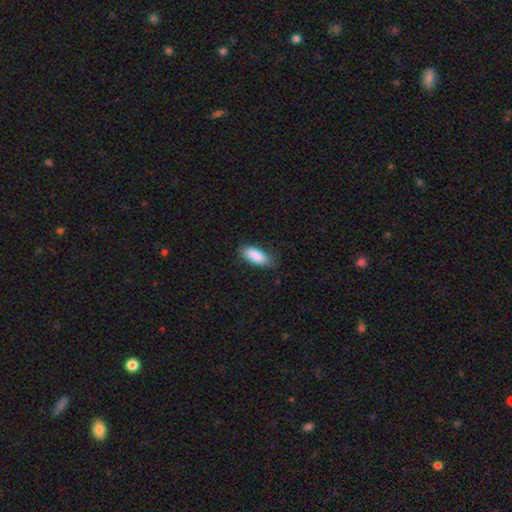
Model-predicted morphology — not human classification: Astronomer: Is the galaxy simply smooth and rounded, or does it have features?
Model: smooth — 88%.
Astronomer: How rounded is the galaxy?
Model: in between — 77%.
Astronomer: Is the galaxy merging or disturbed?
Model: none — 73%.